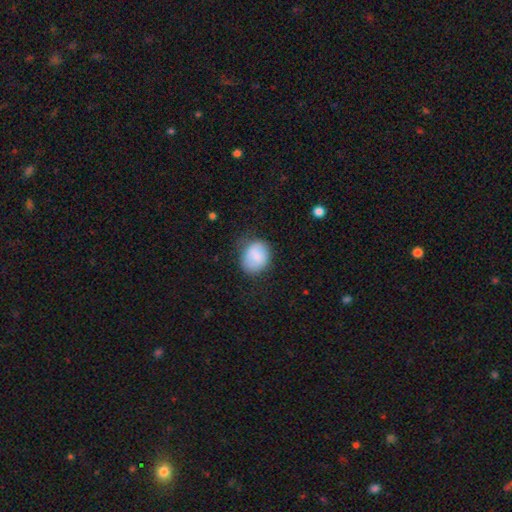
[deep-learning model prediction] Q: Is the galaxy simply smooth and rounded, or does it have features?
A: smooth — 82%.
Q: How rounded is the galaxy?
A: round — 50%.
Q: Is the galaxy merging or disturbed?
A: none — 65%.